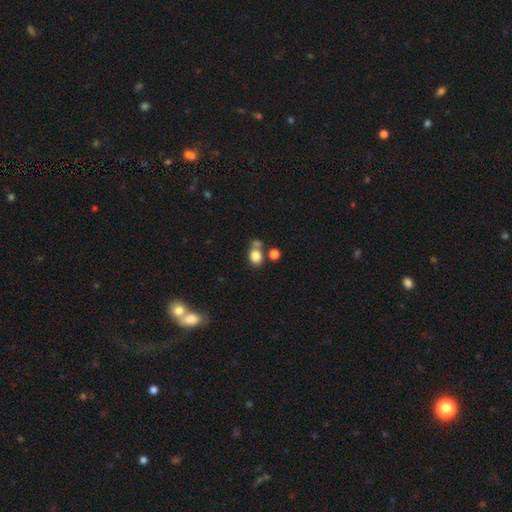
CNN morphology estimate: type=smooth (81%); roundness=round (52%); merging=none (54%).